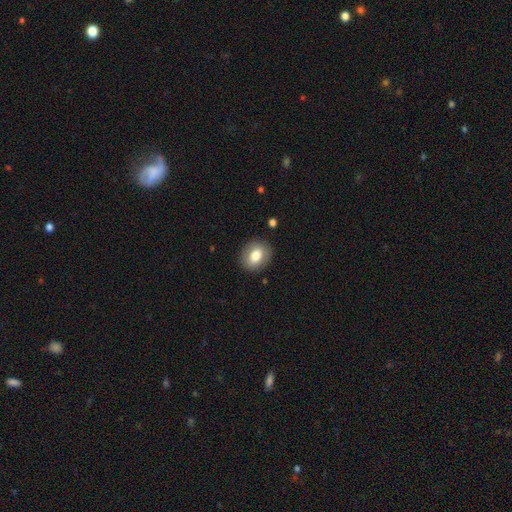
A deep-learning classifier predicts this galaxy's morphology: Q: Smooth or featured?
A: smooth (79%); runner-up: featured or disk (14%)
Q: How rounded?
A: in between (53%); runner-up: round (46%)
Q: Merging?
A: none (88%); runner-up: minor disturbance (8%)